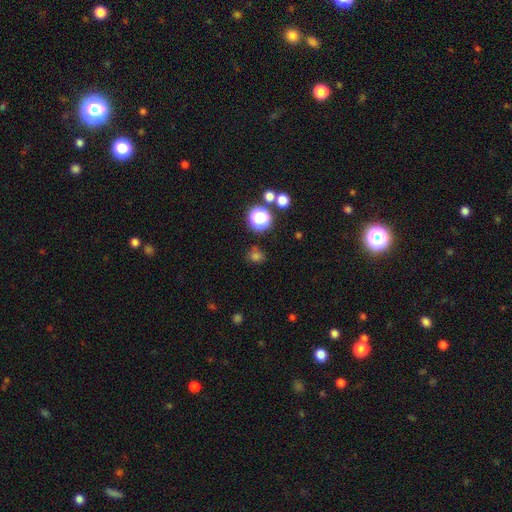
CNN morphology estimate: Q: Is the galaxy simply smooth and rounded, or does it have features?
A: smooth — 68%.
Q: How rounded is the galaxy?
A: round — 74%.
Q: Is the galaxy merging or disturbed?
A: none — 79%.